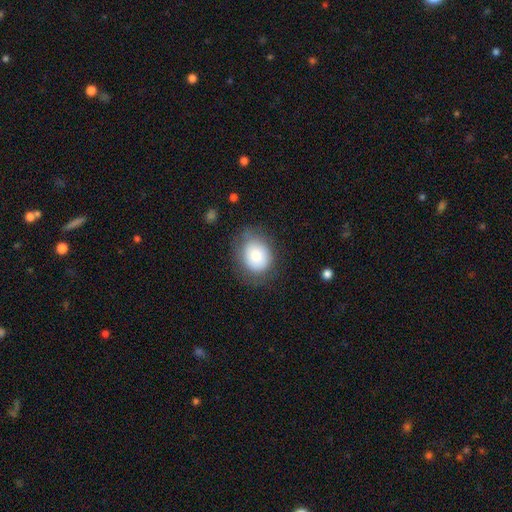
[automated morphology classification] Smooth or featured? Predicted: smooth (p=0.74). How rounded? Predicted: round (p=0.57). Merging? Predicted: none (p=0.67).